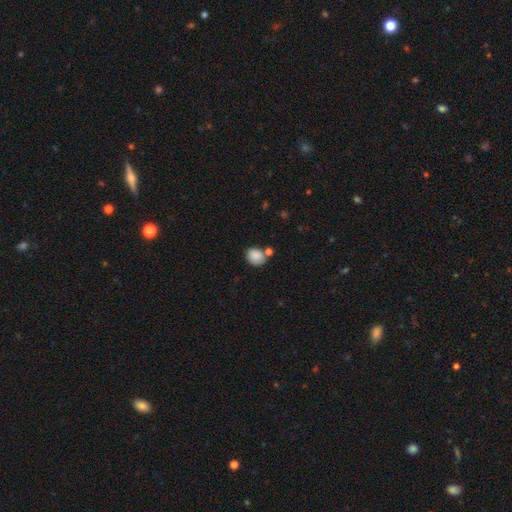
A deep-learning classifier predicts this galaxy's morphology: smooth 86%, star or artifact 9%, featured or disk 5%. Down the decision tree: how rounded — round (61%); merging — none (59%).